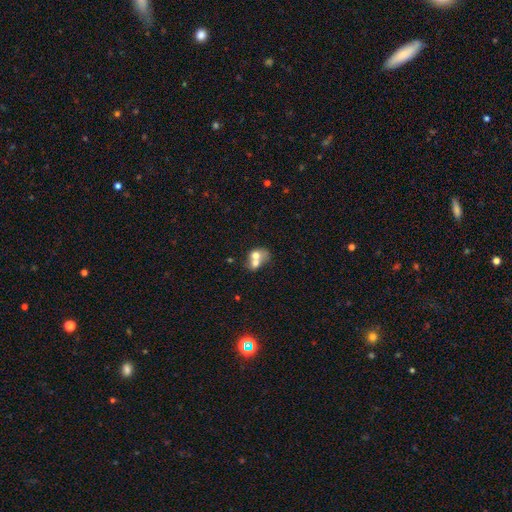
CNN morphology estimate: type=smooth (61%); roundness=in between (50%); merging=merger (74%).